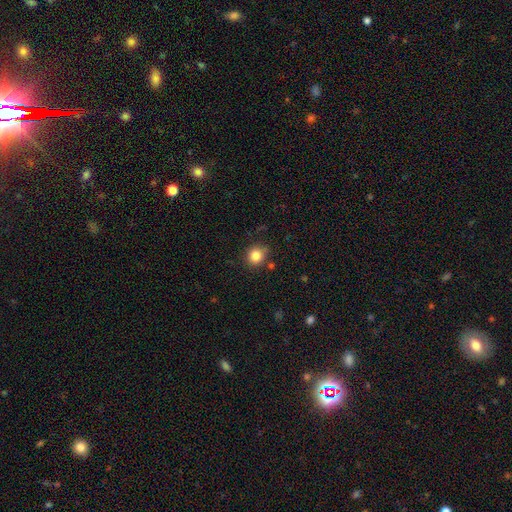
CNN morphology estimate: A smooth galaxy with no disk features (84%) that is round (81%).

Vote fractions:
- Smooth or featured? smooth: 84% / star or artifact: 11% / featured or disk: 5%
- How rounded? round: 81% / in between: 18% / cigar-shaped: 1%
- Merging? none: 81% / minor disturbance: 13% / merger: 4% / major disturbance: 3%